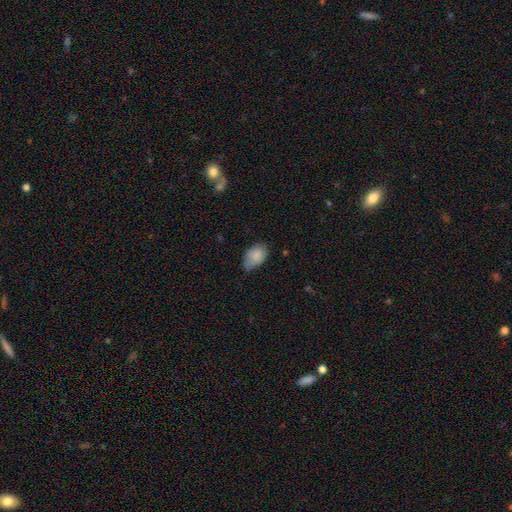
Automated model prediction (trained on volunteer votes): A smooth galaxy with no disk features (83%) that is in between round and cigar-shaped (89%). Merging: none (48%).